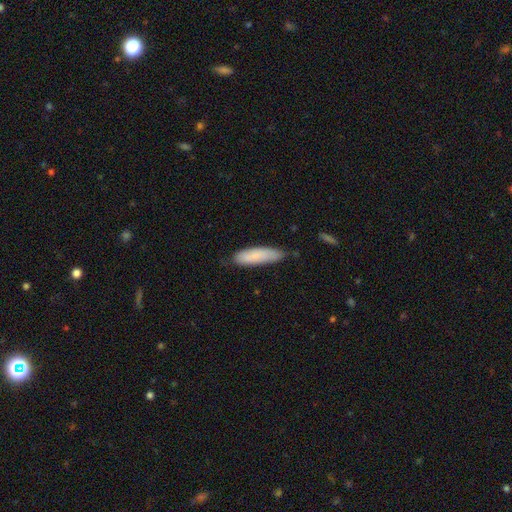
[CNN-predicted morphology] Smooth or featured? Predicted: smooth (p=0.81). How rounded? Predicted: cigar-shaped (p=0.59). Merging? Predicted: none (p=0.69).